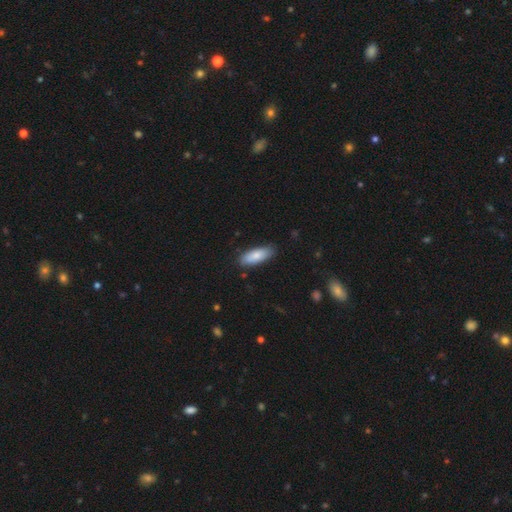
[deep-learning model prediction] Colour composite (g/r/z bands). It shows a smooth galaxy with no disk features (81%) that is in between round and cigar-shaped (71%). Merging: none (84%).